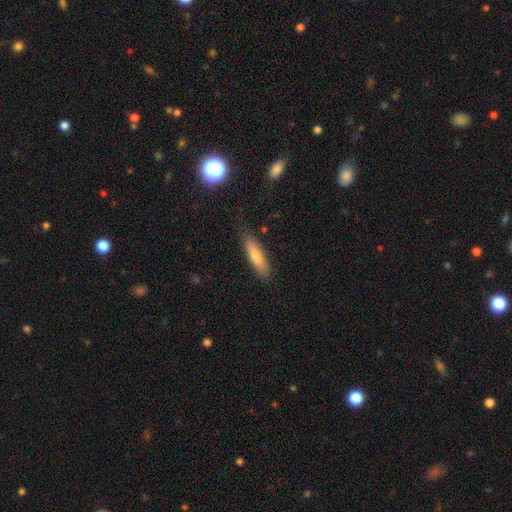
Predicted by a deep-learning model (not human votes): Q: Smooth or featured?
A: smooth (72%); runner-up: featured or disk (20%)
Q: How rounded?
A: cigar-shaped (69%); runner-up: in between (29%)
Q: Merging?
A: none (79%); runner-up: minor disturbance (16%)